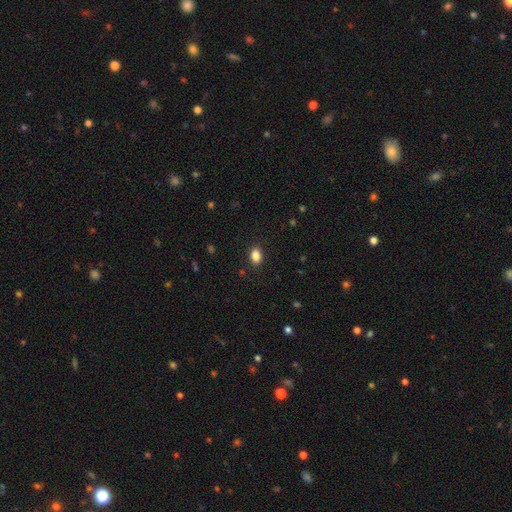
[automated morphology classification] Overall: smooth (87%). How rounded: in between (82%). Merging: none (89%).